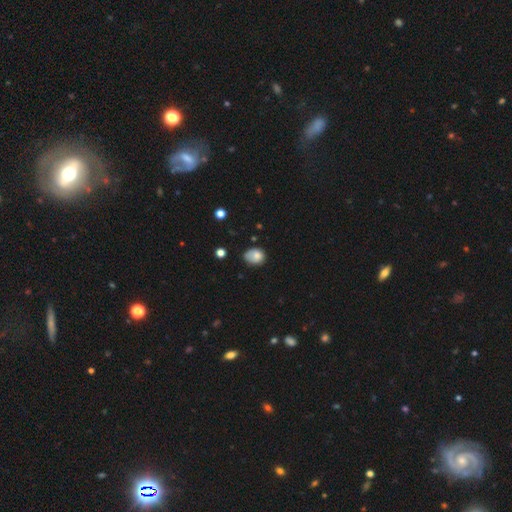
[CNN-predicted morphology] Smooth or featured? Predicted: smooth (p=0.78). How rounded? Predicted: in between (p=0.51). Merging? Predicted: none (p=0.50).